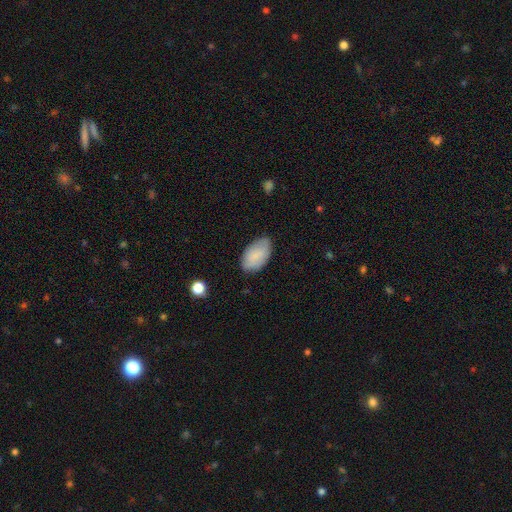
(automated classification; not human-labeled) Morphology: type=smooth (82%); roundness=in between (95%); merging=none (74%).